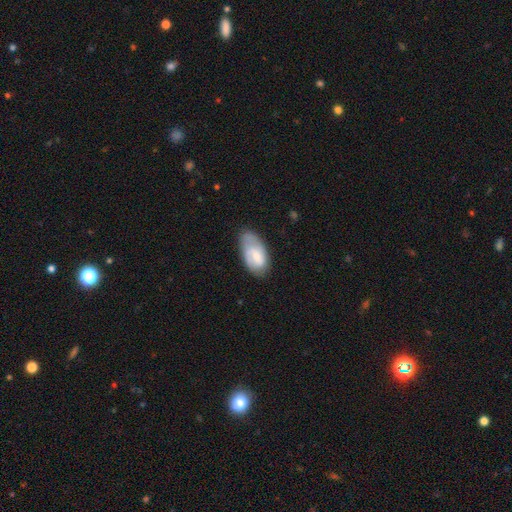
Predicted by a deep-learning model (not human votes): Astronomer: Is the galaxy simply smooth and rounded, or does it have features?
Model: smooth — 51% (runner-up: featured or disk, 43%).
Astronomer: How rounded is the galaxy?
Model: in between — 92%.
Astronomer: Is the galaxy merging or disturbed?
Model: none — 57%.